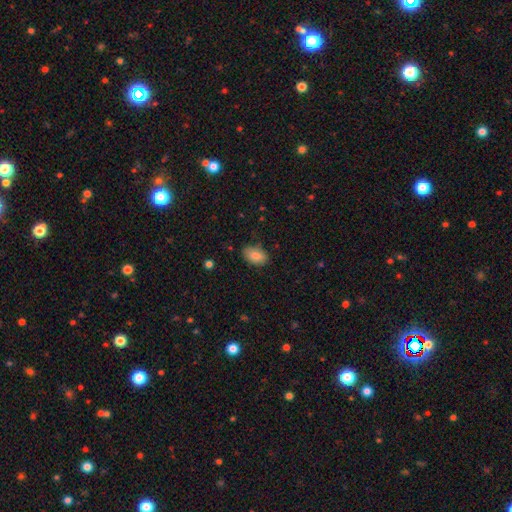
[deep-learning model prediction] smooth_or_featured: smooth (p=0.83) [alt: featured or disk p=0.09]
how_rounded: in between (p=0.89) [alt: round p=0.09]
merging: none (p=0.77) [alt: minor disturbance p=0.19]